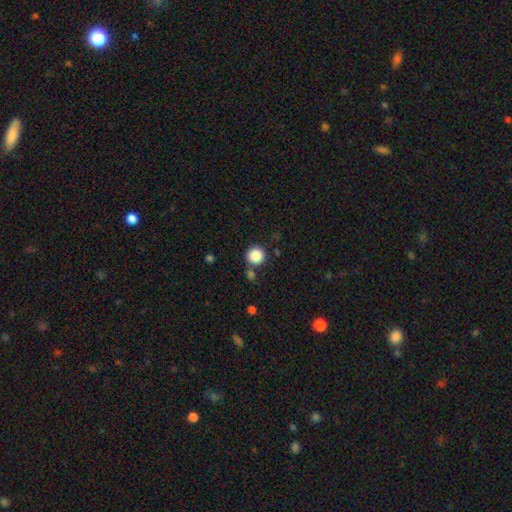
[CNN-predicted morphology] This is clearly a smooth galaxy (87%). How rounded: clearly round (94%). Merging: clearly none (81%).